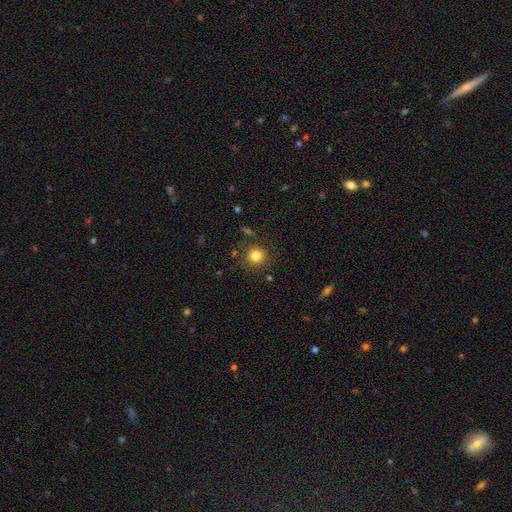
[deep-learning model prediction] Overall: smooth (82%). How rounded: round (92%). Merging: none (86%).